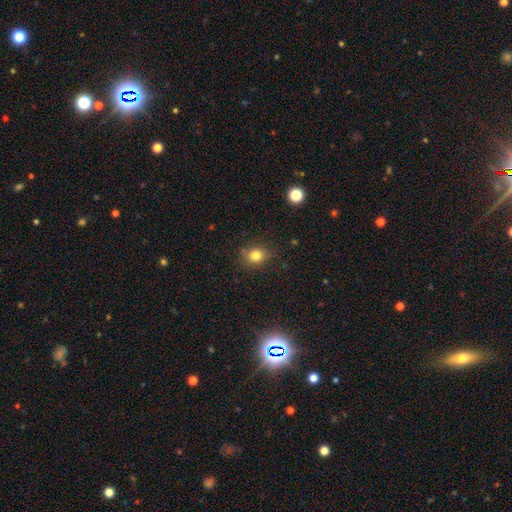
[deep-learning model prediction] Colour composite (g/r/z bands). It shows a smooth galaxy with no disk features (81%) that is round (70%). Merging: none (78%).